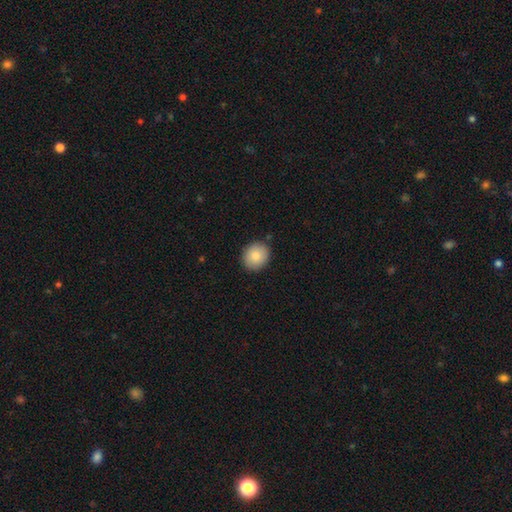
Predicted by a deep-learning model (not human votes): Smooth or featured?
  - smooth: 85% *
  - featured or disk: 8%
  - star or artifact: 7%
How rounded?
  - round: 76% *
  - in between: 23%
  - cigar-shaped: 1%
Merging?
  - none: 88% *
  - minor disturbance: 9%
  - major disturbance: 2%
  - merger: 1%